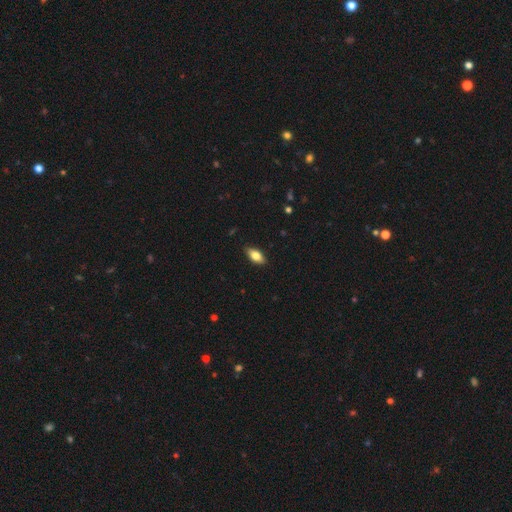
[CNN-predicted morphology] A smooth galaxy with no disk features (77%) that is in between round and cigar-shaped (88%). Merging: none (87%).